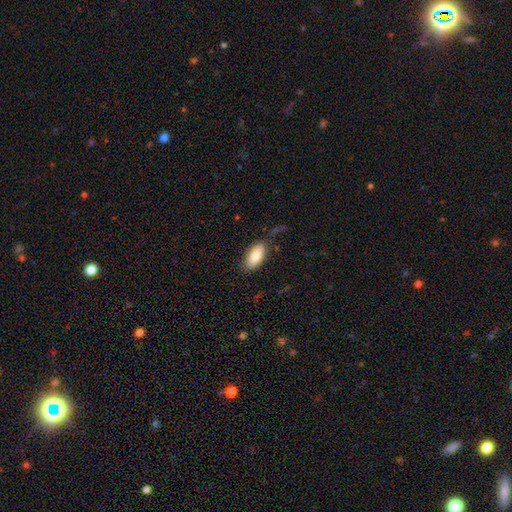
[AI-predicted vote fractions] Smooth or featured? Predicted: smooth (p=0.86). How rounded? Predicted: in between (p=0.91). Merging? Predicted: none (p=0.78).